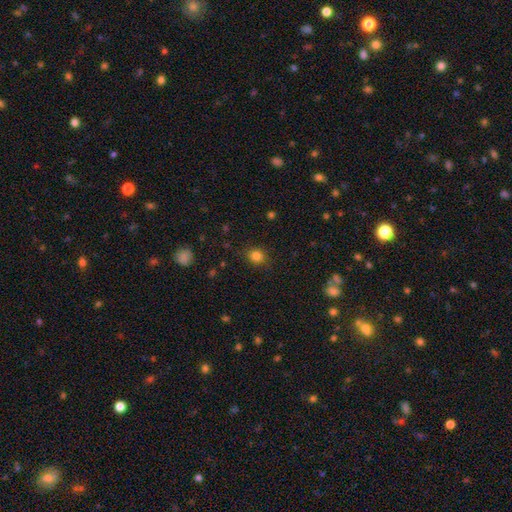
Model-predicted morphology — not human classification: smooth_or_featured: smooth (p=0.83) [alt: star or artifact p=0.12]
how_rounded: round (p=0.75) [alt: in between p=0.24]
merging: none (p=0.86) [alt: minor disturbance p=0.10]